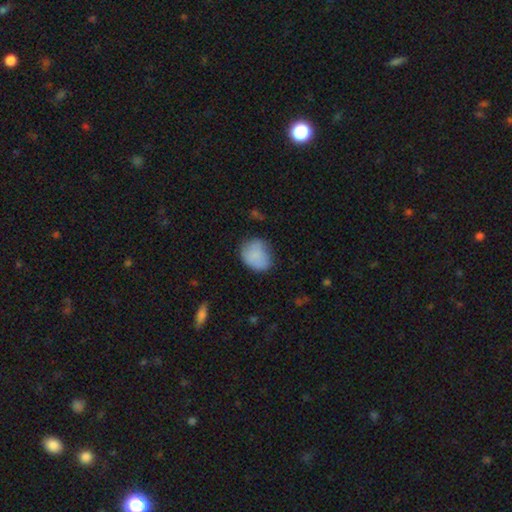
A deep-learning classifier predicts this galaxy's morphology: This appears to be a smooth galaxy with no disk features (83%) that is round (56%). Merging: none (60%).